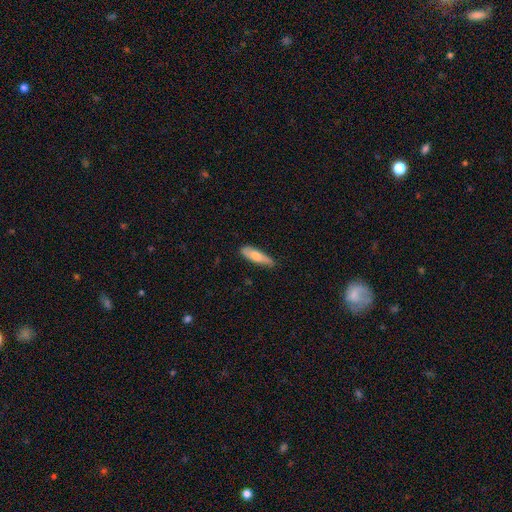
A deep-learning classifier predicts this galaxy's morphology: A smooth galaxy with no disk features (70%) that is cigar-shaped (63%). Merging: none (74%).